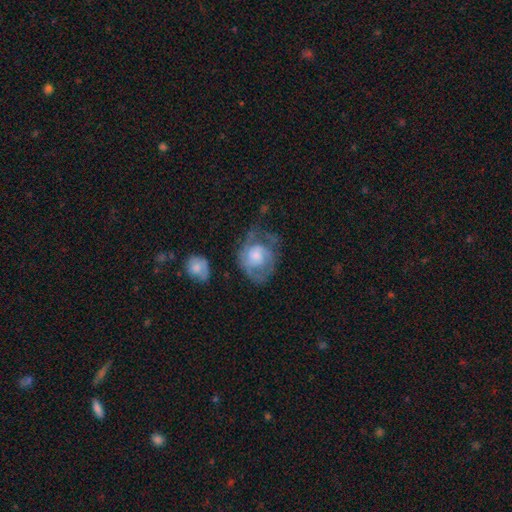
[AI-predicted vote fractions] smooth_or_featured: featured or disk (p=0.59) [alt: smooth p=0.34]
disk_edge_on: no (p=0.97) [alt: yes p=0.03]
bar: no (p=0.74) [alt: weak p=0.23]
has_spiral_arms: yes (p=0.74) [alt: no p=0.26]
bulge_size: moderate (p=0.39) [alt: small p=0.36]
merging: none (p=0.40) [alt: major disturbance p=0.31]